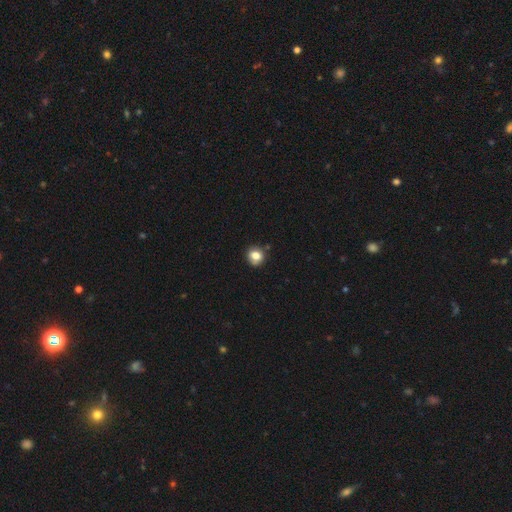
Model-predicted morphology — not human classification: Smooth or featured? smooth (81%)
How rounded? round (81%)
Merging? none (79%)